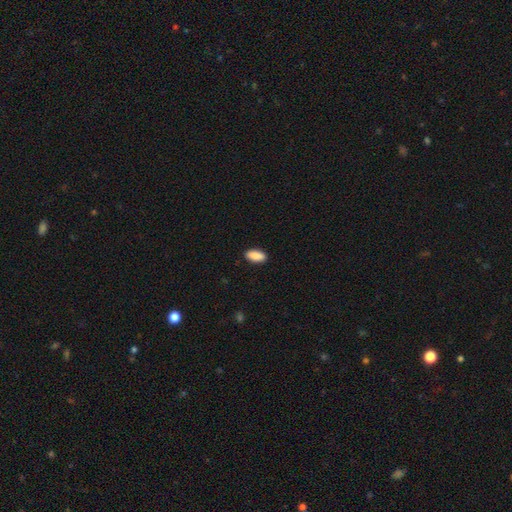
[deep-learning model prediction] Smooth or featured?
  - smooth: 91% *
  - star or artifact: 6%
  - featured or disk: 3%
How rounded?
  - in between: 88% *
  - cigar-shaped: 9%
  - round: 2%
Merging?
  - none: 90% *
  - minor disturbance: 7%
  - major disturbance: 2%
  - merger: 1%